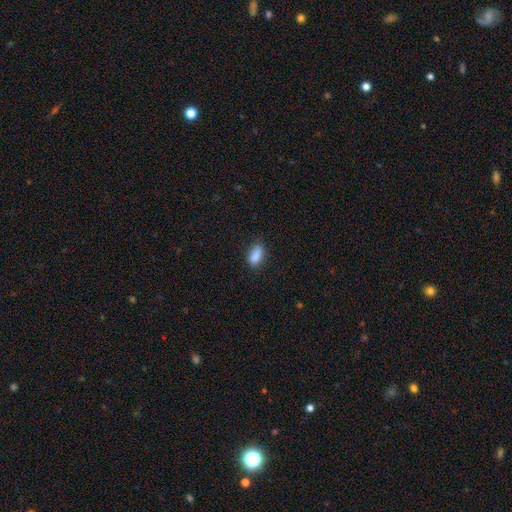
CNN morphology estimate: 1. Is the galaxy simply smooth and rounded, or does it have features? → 87% smooth, 8% star or artifact, 5% featured or disk.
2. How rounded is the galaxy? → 86% in between, 9% cigar-shaped, 5% round.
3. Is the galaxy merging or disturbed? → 75% none, 19% minor disturbance, 4% major disturbance, 1% merger.